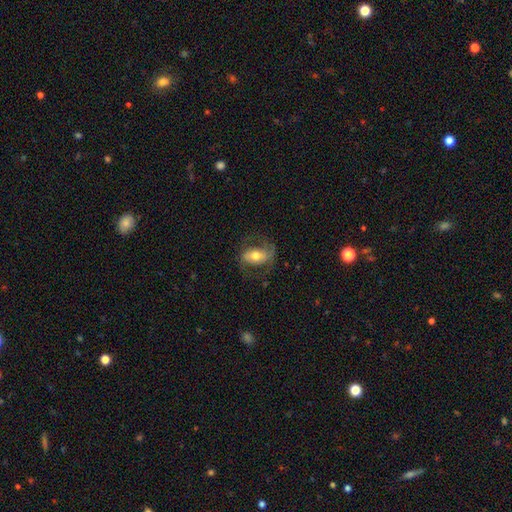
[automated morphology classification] Overall: featured or disk (57%; smooth 36%). Edge-on disk: no (92%). Bar: strong (35%; no 33%). Spiral arms: yes (76%). Bulge size: moderate (67%). Merging: none (64%).